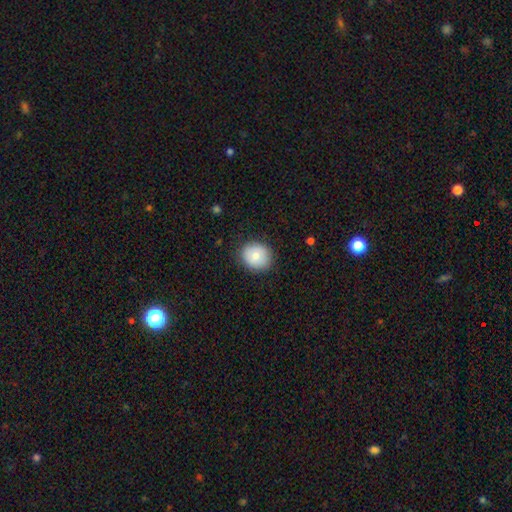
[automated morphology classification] smooth_or_featured: smooth (p=0.77) [alt: featured or disk p=0.15]
how_rounded: round (p=0.77) [alt: in between p=0.23]
merging: none (p=0.87) [alt: minor disturbance p=0.10]